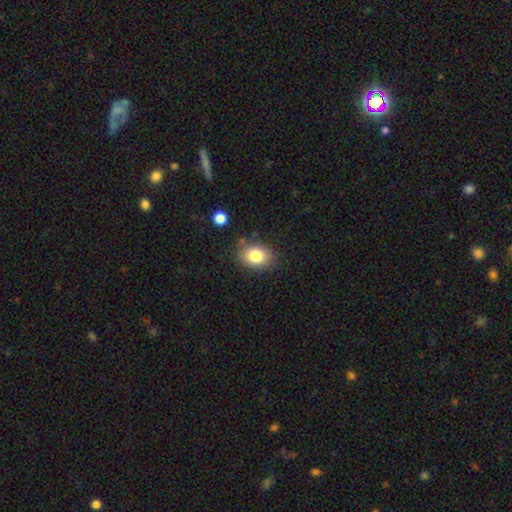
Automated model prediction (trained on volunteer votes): smooth_or_featured: smooth (p=0.82) [alt: star or artifact p=0.09]
how_rounded: in between (p=0.70) [alt: round p=0.29]
merging: none (p=0.80) [alt: minor disturbance p=0.13]